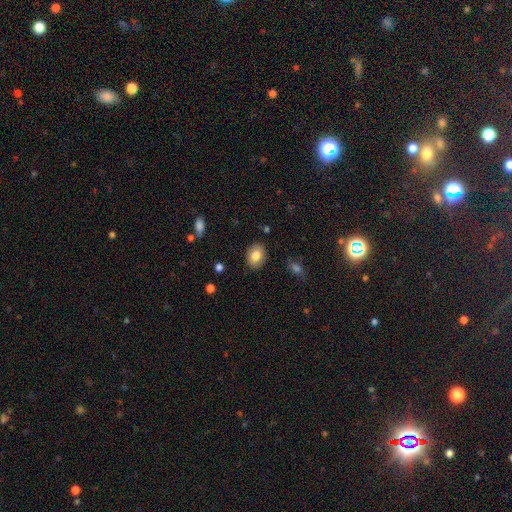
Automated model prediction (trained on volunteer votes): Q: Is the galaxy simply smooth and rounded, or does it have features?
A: smooth — 81%.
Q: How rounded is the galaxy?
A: in between — 62%.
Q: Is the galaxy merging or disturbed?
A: none — 87%.